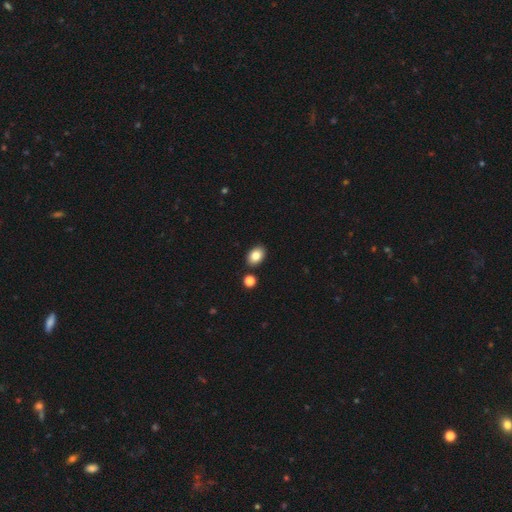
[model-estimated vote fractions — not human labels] smooth 84%, star or artifact 9%, featured or disk 7%. Down the decision tree: how rounded — in between (82%); merging — none (86%).